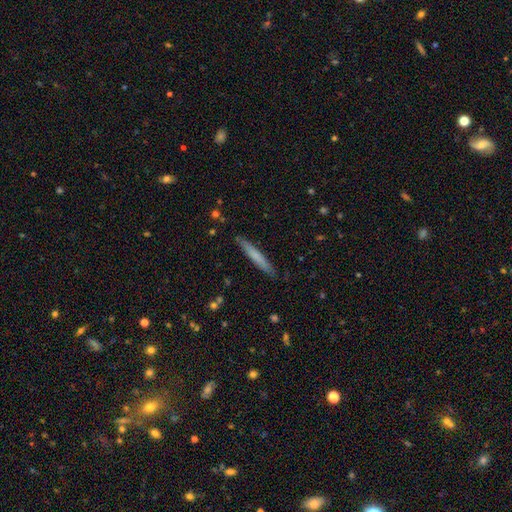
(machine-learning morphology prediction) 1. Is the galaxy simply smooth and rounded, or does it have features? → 65% smooth, 29% featured or disk, 6% star or artifact.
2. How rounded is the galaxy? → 96% cigar-shaped, 3% in between, 1% round.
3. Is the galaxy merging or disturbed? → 88% none, 9% minor disturbance, 2% major disturbance, 1% merger.